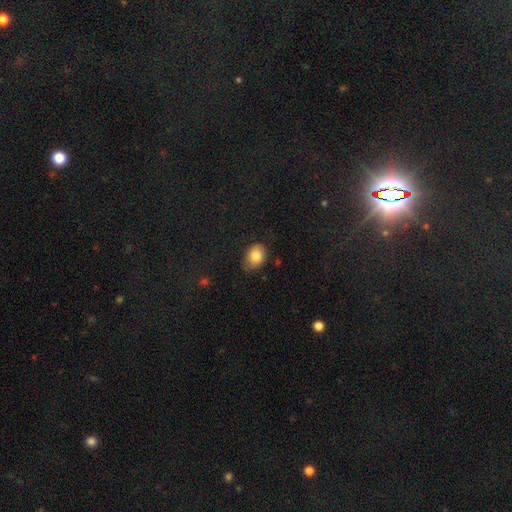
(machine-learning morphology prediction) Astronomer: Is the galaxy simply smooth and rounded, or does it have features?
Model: smooth — 83%.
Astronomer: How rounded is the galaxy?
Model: in between — 64%.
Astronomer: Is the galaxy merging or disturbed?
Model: none — 71%.